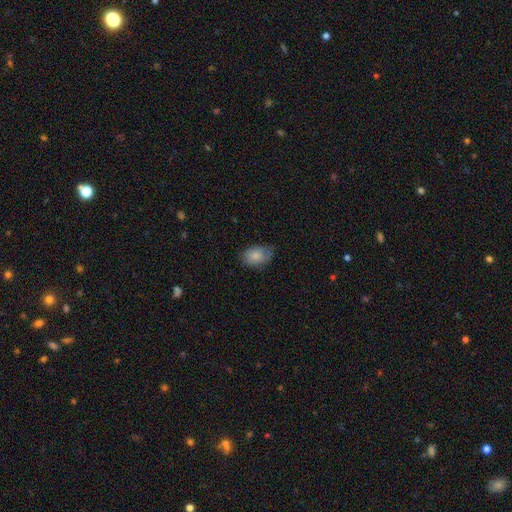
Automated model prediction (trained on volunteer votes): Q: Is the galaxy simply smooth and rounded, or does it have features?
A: smooth — 84%.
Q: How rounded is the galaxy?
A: in between — 79%.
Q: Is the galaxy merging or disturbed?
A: none — 67%.